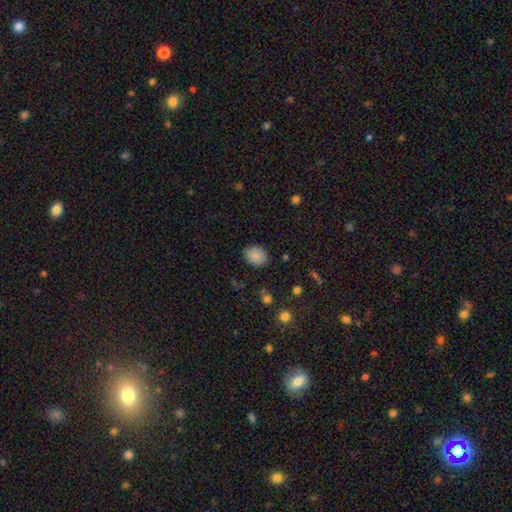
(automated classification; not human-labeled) Smooth or featured? smooth (87%)
How rounded? round (60%)
Merging? none (86%)